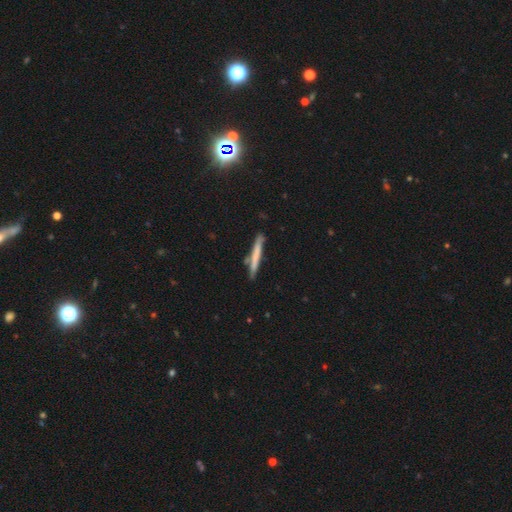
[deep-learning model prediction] Q: Smooth or featured?
A: smooth (64%); runner-up: featured or disk (30%)
Q: How rounded?
A: cigar-shaped (96%); runner-up: in between (3%)
Q: Merging?
A: none (81%); runner-up: minor disturbance (13%)